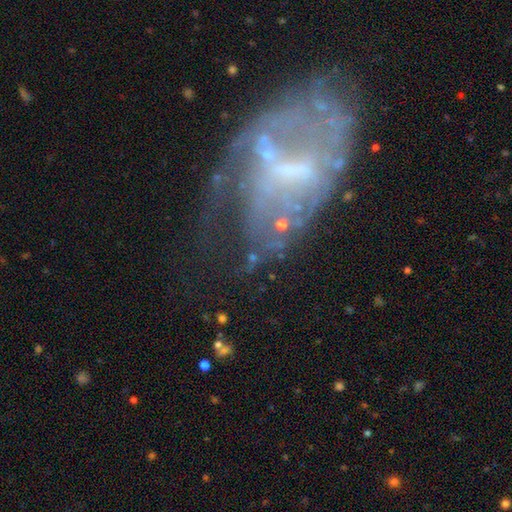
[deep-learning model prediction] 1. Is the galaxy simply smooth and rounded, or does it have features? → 66% featured or disk, 18% smooth, 16% star or artifact.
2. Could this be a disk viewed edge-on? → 94% no, 6% yes.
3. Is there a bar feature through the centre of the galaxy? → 36% weak, 35% no, 29% strong.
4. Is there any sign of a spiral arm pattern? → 60% no, 40% yes.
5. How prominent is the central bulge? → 42% none, 34% small, 19% moderate, 3% large, 1% dominant.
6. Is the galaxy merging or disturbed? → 40% none, 34% major disturbance, 19% minor disturbance, 8% merger.